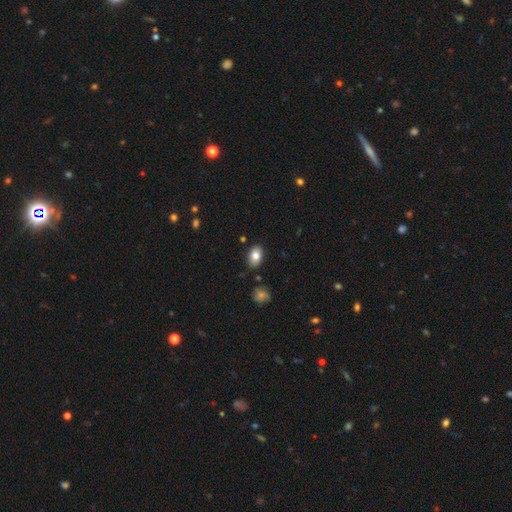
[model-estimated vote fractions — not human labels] A smooth galaxy with no disk features (81%) that is in between round and cigar-shaped (88%). Merging: none (85%).